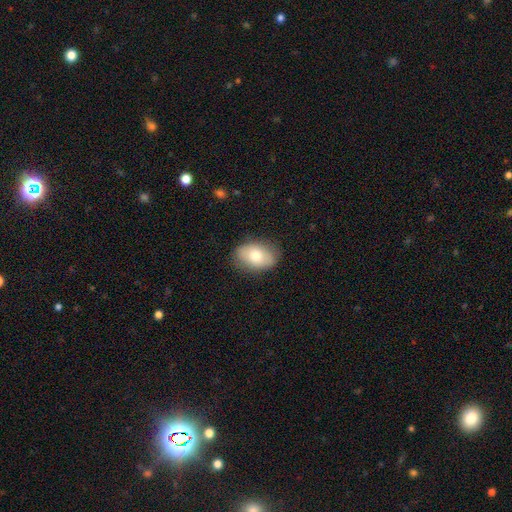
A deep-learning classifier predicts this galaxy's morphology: Smooth or featured?
  - smooth: 77% *
  - featured or disk: 16%
  - star or artifact: 7%
How rounded?
  - in between: 85% *
  - round: 14%
  - cigar-shaped: 1%
Merging?
  - none: 82% *
  - minor disturbance: 13%
  - major disturbance: 3%
  - merger: 1%